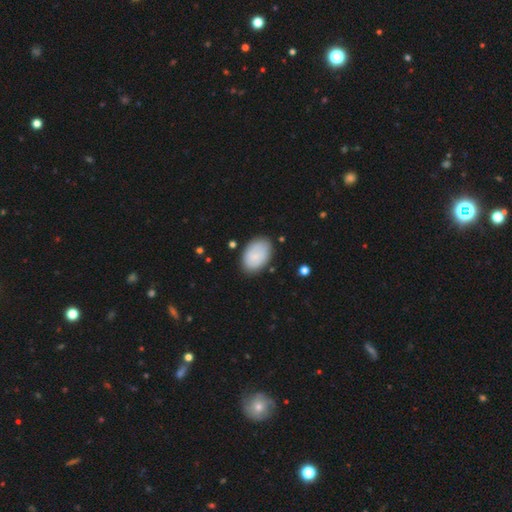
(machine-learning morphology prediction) This appears to be a smooth galaxy with no disk features (74%) that is in between round and cigar-shaped (89%). Merging: none (81%).